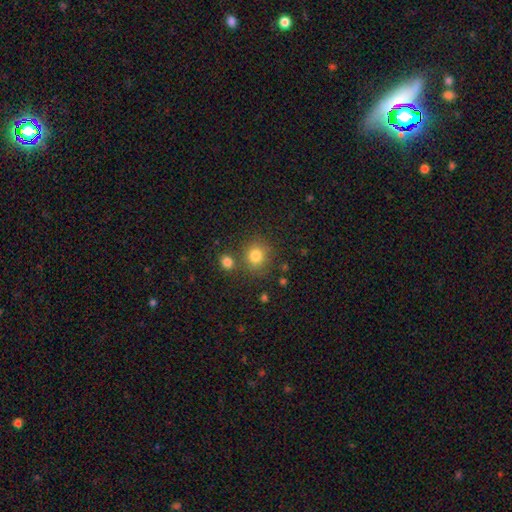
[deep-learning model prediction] Smooth or featured?
  - smooth: 82% *
  - star or artifact: 12%
  - featured or disk: 7%
How rounded?
  - round: 83% *
  - in between: 16%
  - cigar-shaped: 1%
Merging?
  - none: 75% *
  - merger: 11%
  - minor disturbance: 10%
  - major disturbance: 4%